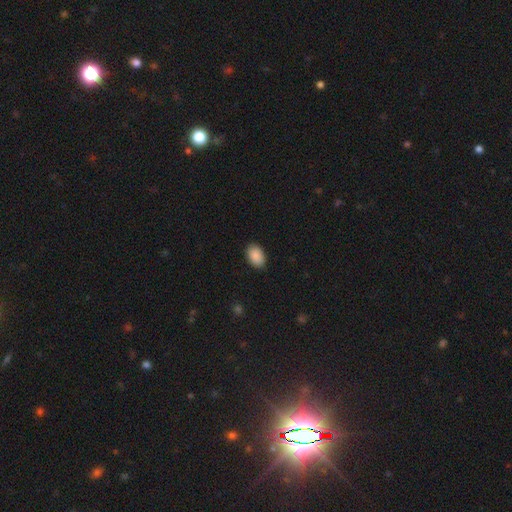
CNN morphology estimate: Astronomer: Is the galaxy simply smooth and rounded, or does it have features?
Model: smooth — 90%.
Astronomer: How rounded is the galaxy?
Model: in between — 88%.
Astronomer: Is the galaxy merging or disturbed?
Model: none — 89%.